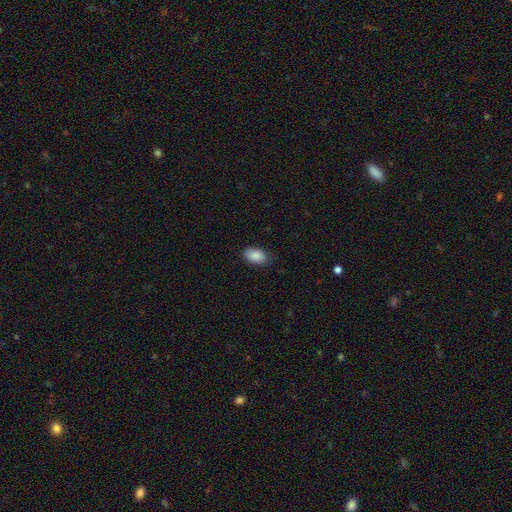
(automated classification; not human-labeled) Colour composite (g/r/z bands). It shows a smooth galaxy with no disk features (88%) that is in between round and cigar-shaped (90%). Merging: none (80%).